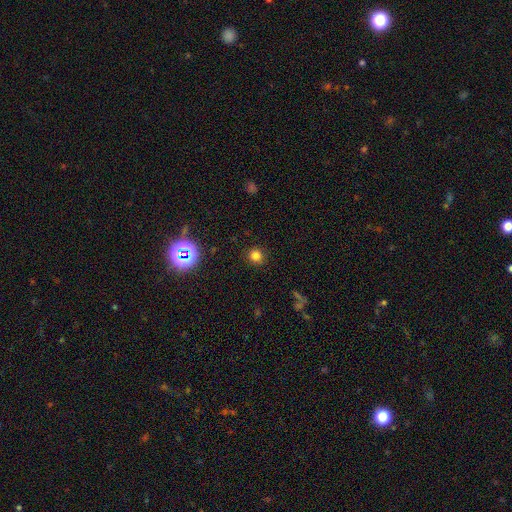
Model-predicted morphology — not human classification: A smooth galaxy with no disk features (78%) that is round (92%). Merging: none (89%).